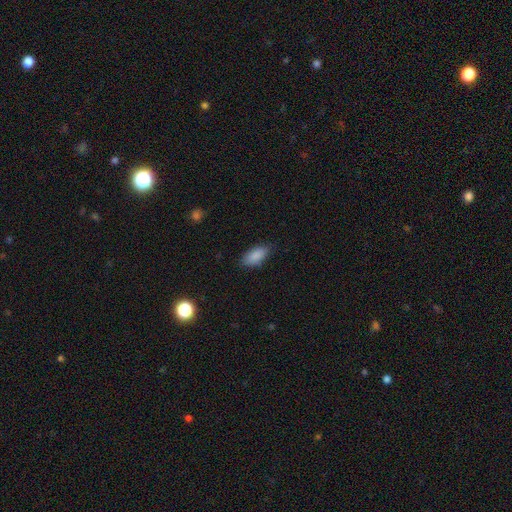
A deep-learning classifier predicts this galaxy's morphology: This appears to be a smooth galaxy with no disk features (88%) that is in between round and cigar-shaped (88%). Merging: none (80%).